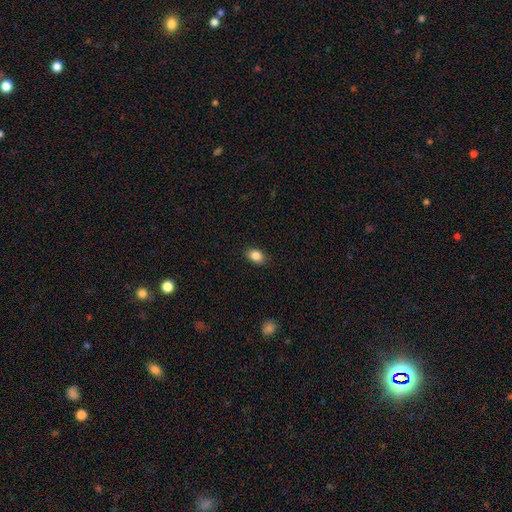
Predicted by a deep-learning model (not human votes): Smooth or featured?
  - smooth: 86% *
  - star or artifact: 9%
  - featured or disk: 6%
How rounded?
  - in between: 76% *
  - round: 23%
  - cigar-shaped: 1%
Merging?
  - none: 88% *
  - minor disturbance: 9%
  - major disturbance: 2%
  - merger: 1%